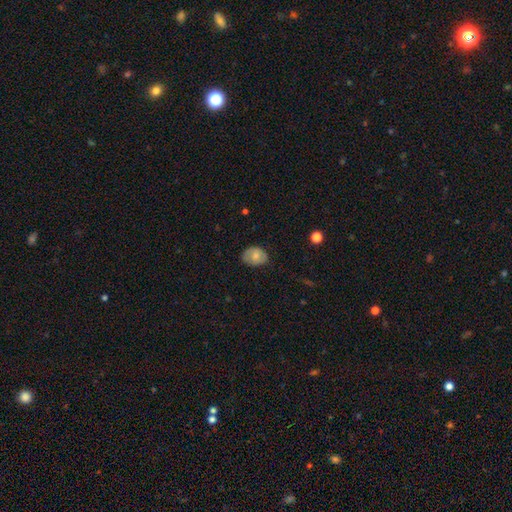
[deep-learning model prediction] A smooth galaxy with no disk features (63%) that is in between round and cigar-shaped (63%).

Vote fractions:
- Smooth or featured? smooth: 63% / featured or disk: 29% / star or artifact: 8%
- How rounded? in between: 63% / round: 36% / cigar-shaped: 1%
- Merging? none: 74% / minor disturbance: 21% / major disturbance: 5% / merger: 1%